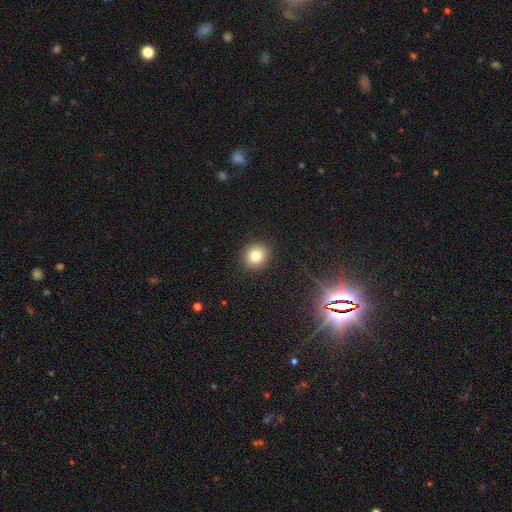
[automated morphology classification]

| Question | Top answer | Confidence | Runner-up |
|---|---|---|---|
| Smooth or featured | smooth | 80% | star or artifact (12%) |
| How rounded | round | 78% | in between (21%) |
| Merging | none | 90% | minor disturbance (7%) |